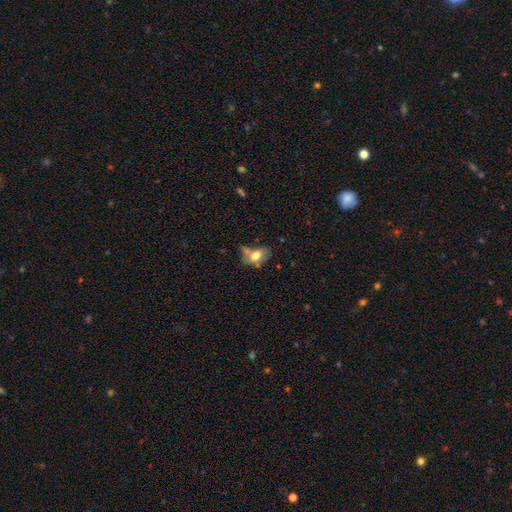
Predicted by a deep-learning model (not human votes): A smooth galaxy with no disk features (69%) that is in between round and cigar-shaped (80%).

Vote fractions:
- Smooth or featured? smooth: 69% / featured or disk: 22% / star or artifact: 9%
- How rounded? in between: 80% / round: 18% / cigar-shaped: 2%
- Merging? none: 37% / minor disturbance: 25% / merger: 24% / major disturbance: 14%